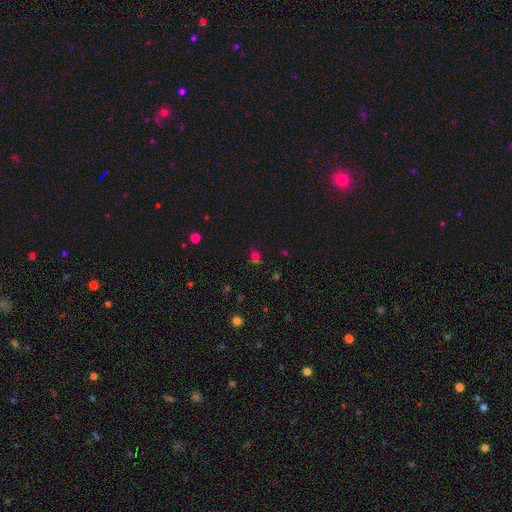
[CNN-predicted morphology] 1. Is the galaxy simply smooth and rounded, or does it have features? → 57% smooth, 35% star or artifact, 8% featured or disk.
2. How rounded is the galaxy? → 73% round, 25% in between, 1% cigar-shaped.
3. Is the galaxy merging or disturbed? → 66% none, 14% merger, 14% minor disturbance, 6% major disturbance.